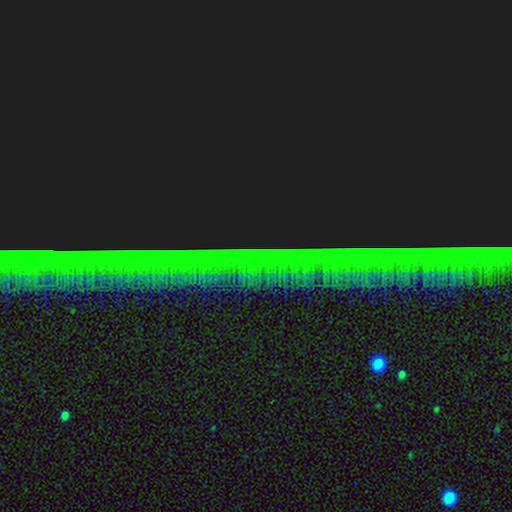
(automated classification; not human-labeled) Smooth or featured: star or artifact — 87% (featured or disk — 8%)